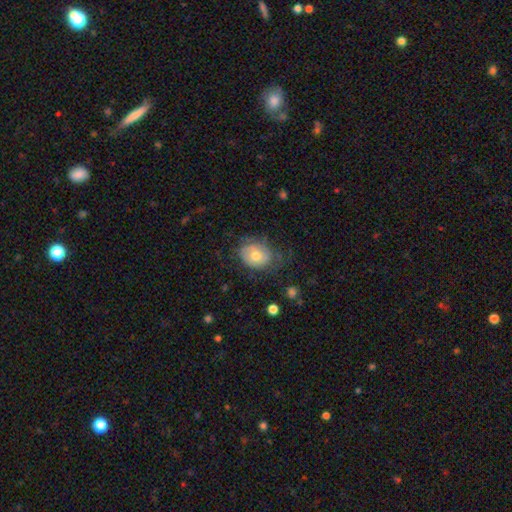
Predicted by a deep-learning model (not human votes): The model was most divided on "how rounded": in between: 51%, round: 48%, cigar-shaped: 1%. More confident: smooth or featured — smooth (58%); merging — none (57%).